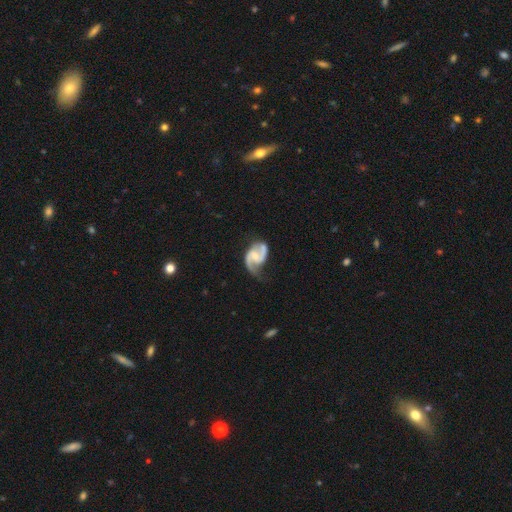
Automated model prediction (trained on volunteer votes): A featured or disk galaxy (89%) with a weak bar (50%), 2 (90%) medium (50%) spiral arms (97%) and a small central bulge (45%). Merging: none (58%).